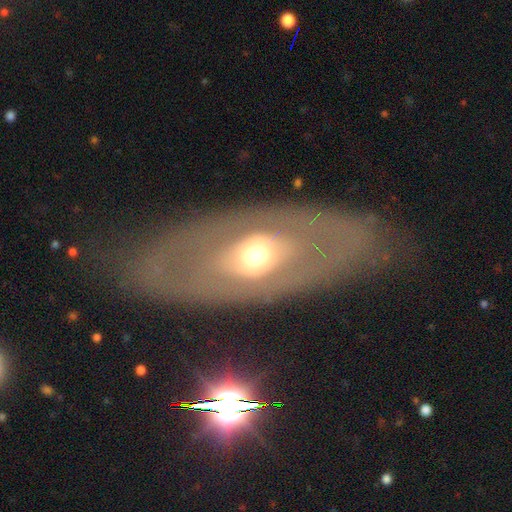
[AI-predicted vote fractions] Morphology: type=featured or disk (64%); edge-on=no (84%); bar=no (81%); spiral arms=no (82%); bulge=moderate (66%); merging=none (78%).